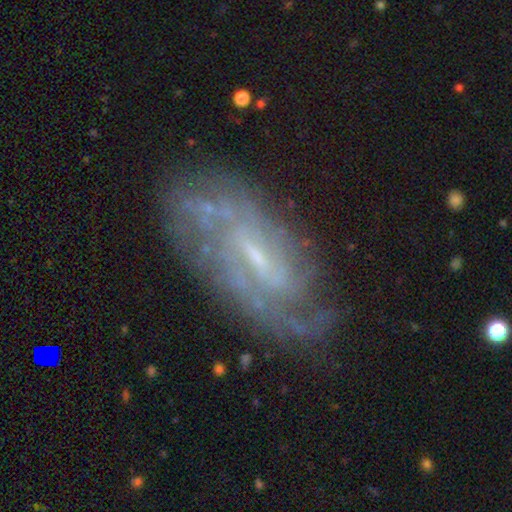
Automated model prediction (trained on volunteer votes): featured or disk 83%, smooth 10%, star or artifact 7%. Down the decision tree: edge-on disk — no (93%); bar — weak (54%); spiral arms — yes (92%); spiral arm count — can't tell (44%); spiral winding — tight (54%); bulge size — small (65%); merging — none (72%).